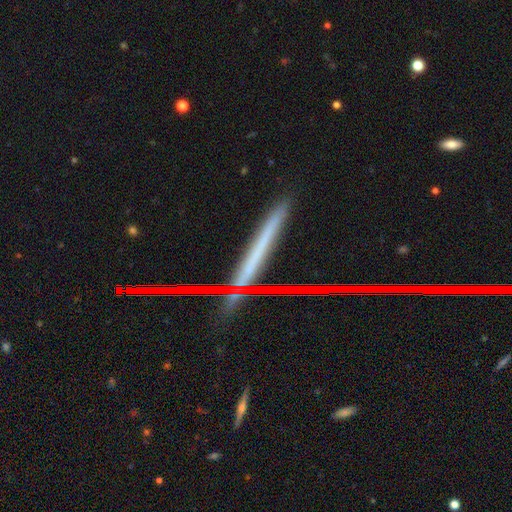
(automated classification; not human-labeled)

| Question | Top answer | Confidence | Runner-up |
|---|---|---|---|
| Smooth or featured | featured or disk | 48% | smooth (30%) |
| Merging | none | 77% | minor disturbance (12%) |